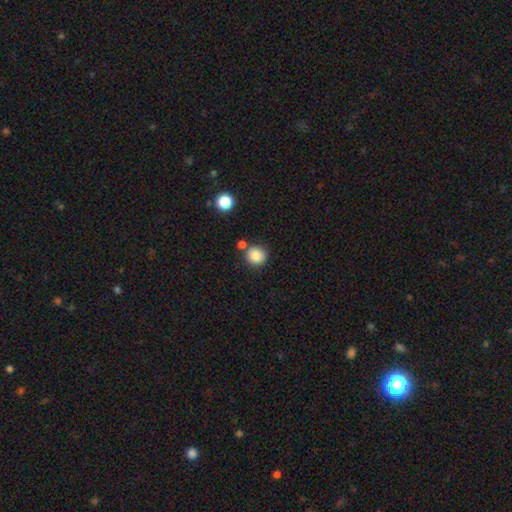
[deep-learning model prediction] This appears to be a smooth galaxy with no disk features (83%) that is round (92%). Merging: none (77%).